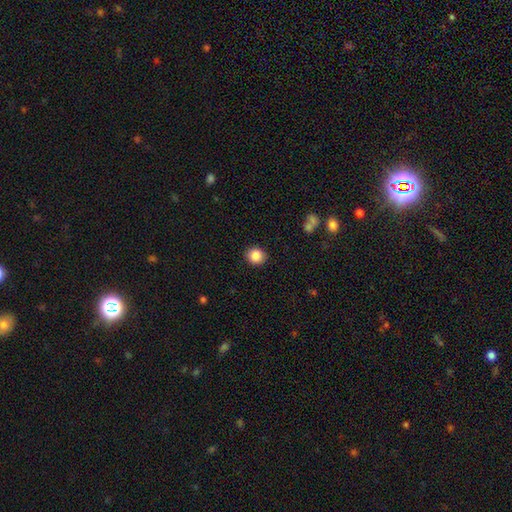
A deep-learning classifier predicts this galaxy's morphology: This appears to be a smooth galaxy with no disk features (86%) that is round (83%). Merging: none (91%).